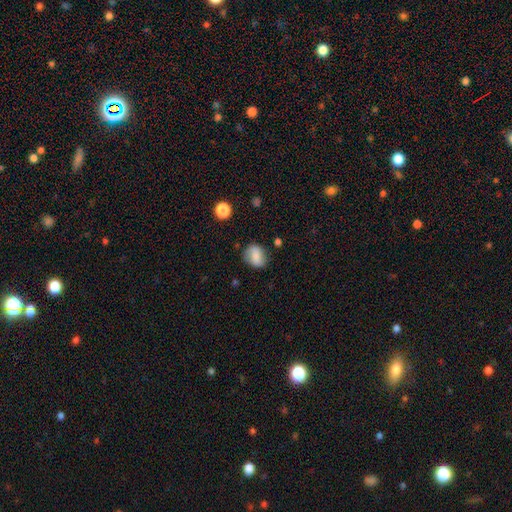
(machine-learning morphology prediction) smooth_or_featured: smooth (p=0.67) [alt: featured or disk p=0.23]
how_rounded: round (p=0.54) [alt: in between p=0.45]
merging: none (p=0.72) [alt: minor disturbance p=0.20]